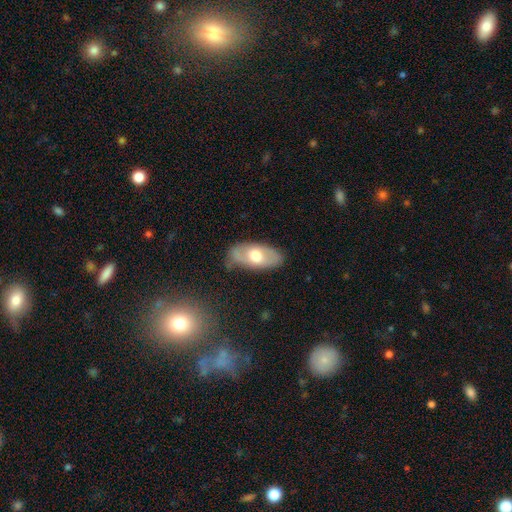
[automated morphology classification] Overall: smooth (53%; featured or disk 41%). How rounded: in between (91%). Merging: none (74%).